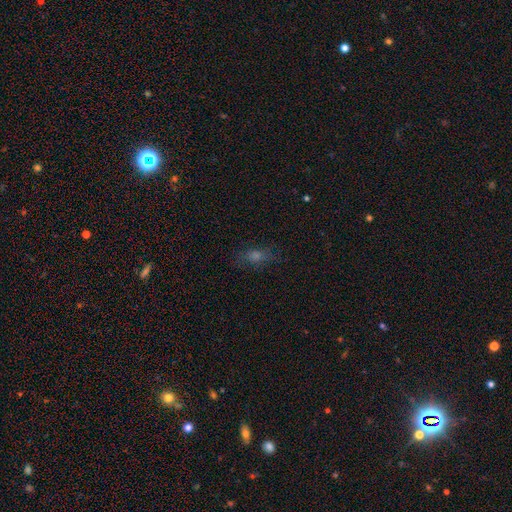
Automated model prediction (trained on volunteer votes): Smooth or featured: smooth — 47% (star or artifact — 31%)
Merging: none — 81% (minor disturbance — 13%)